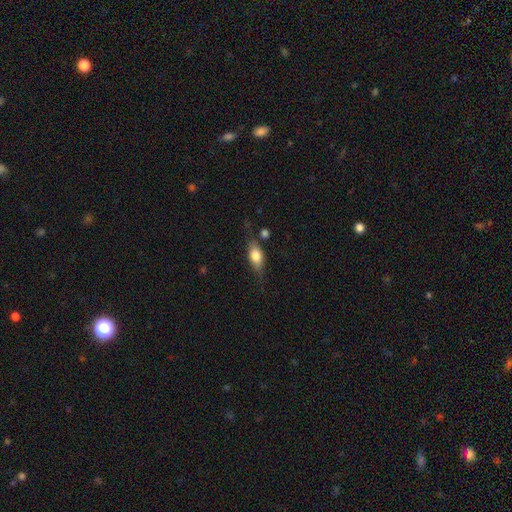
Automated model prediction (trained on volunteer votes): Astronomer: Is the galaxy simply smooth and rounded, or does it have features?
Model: smooth — 68%.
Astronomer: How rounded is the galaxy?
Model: in between — 76%.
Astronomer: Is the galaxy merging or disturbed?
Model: none — 68%.